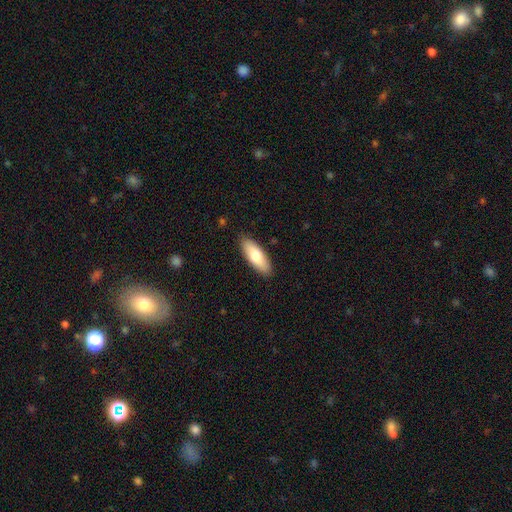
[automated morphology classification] Smooth or featured? Predicted: smooth (p=0.76). How rounded? Predicted: in between (p=0.71). Merging? Predicted: none (p=0.88).